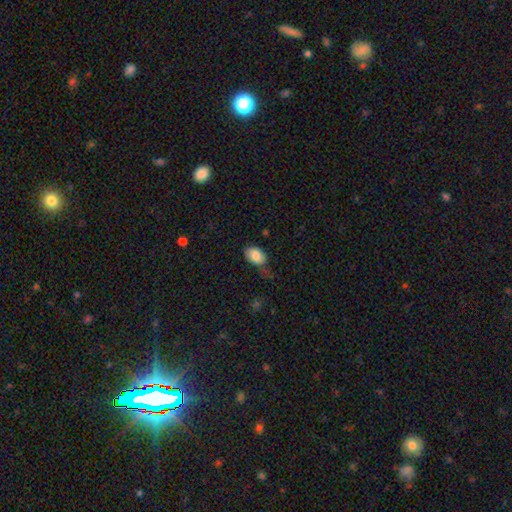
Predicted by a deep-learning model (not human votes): This is clearly a smooth galaxy (84%). How rounded: clearly in between (89%). Merging: possibly none (46%).